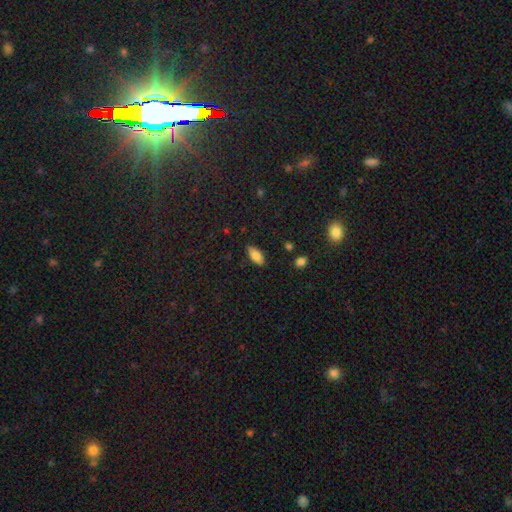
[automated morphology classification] Smooth or featured?
  - smooth: 81% *
  - featured or disk: 10%
  - star or artifact: 8%
How rounded?
  - in between: 85% *
  - cigar-shaped: 13%
  - round: 2%
Merging?
  - none: 85% *
  - minor disturbance: 11%
  - major disturbance: 2%
  - merger: 1%